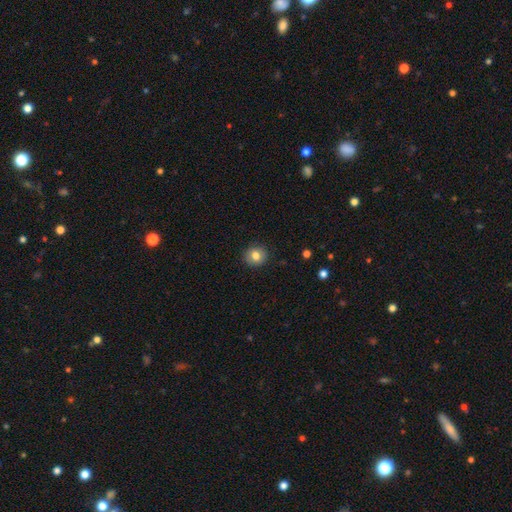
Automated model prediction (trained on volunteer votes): A smooth galaxy with no disk features (81%) that is round (88%).

Vote fractions:
- Smooth or featured? smooth: 81% / star or artifact: 10% / featured or disk: 9%
- How rounded? round: 88% / in between: 11% / cigar-shaped: 1%
- Merging? none: 91% / minor disturbance: 6% / major disturbance: 2% / merger: 1%